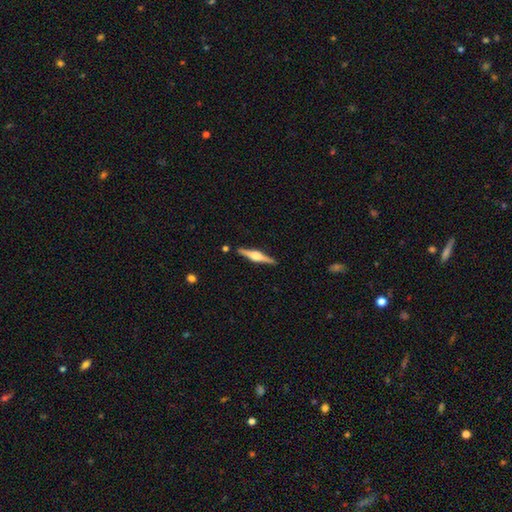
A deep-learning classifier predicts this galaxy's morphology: type=featured or disk (80%); edge-on=yes (98%); edge-on bulge=rounded (89%); merging=none (90%).